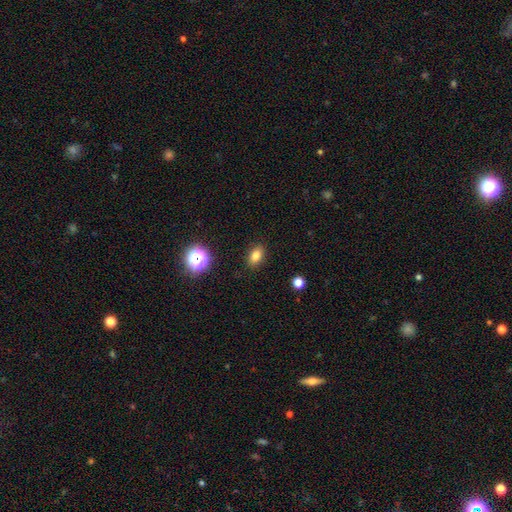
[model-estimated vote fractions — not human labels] A smooth galaxy with no disk features (81%) that is in between round and cigar-shaped (82%).

Vote fractions:
- Smooth or featured? smooth: 81% / star or artifact: 13% / featured or disk: 6%
- How rounded? in between: 82% / round: 16% / cigar-shaped: 2%
- Merging? none: 89% / minor disturbance: 8% / major disturbance: 2% / merger: 1%